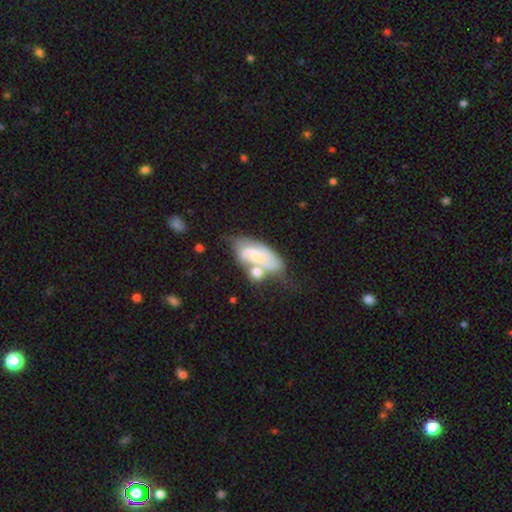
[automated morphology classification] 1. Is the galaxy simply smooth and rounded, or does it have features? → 48% featured or disk, 44% smooth, 8% star or artifact.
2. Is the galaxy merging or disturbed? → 29% merger (tied), 29% none (tied), 25% minor disturbance, 17% major disturbance.